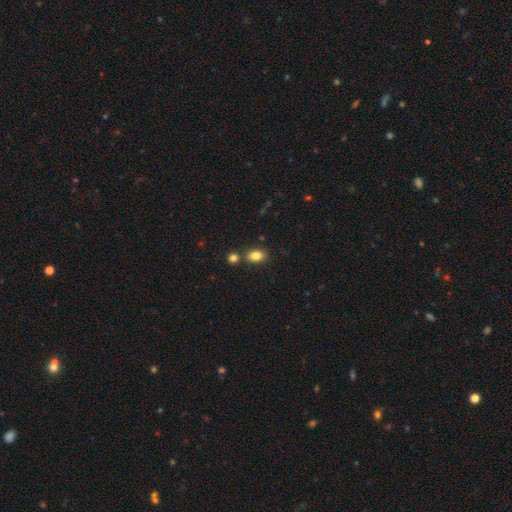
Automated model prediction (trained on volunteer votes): Morphology: type=smooth (83%); roundness=in between (80%); merging=none (73%).